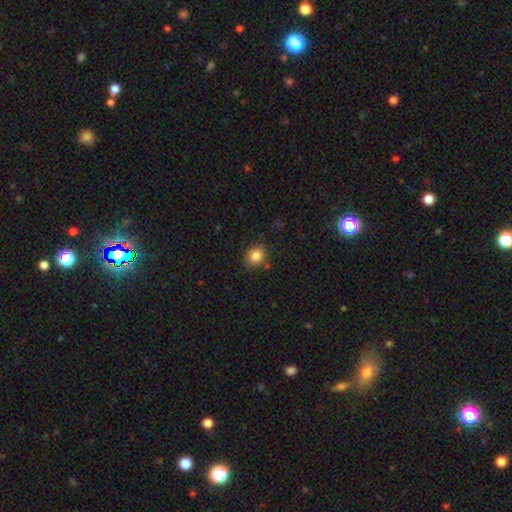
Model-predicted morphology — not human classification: smooth-or-featured: smooth: 84% | star or artifact: 10% | featured or disk: 6%
  how-rounded: round: 69% | in between: 30% | cigar-shaped: 1%
  merging: none: 81% | minor disturbance: 12% | merger: 4% | major disturbance: 3%